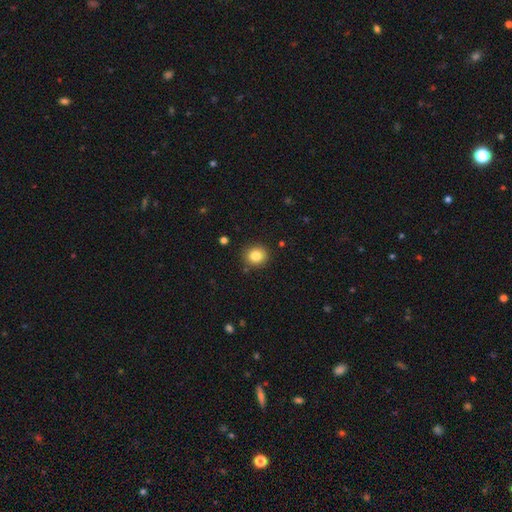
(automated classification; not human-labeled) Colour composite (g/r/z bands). It shows a smooth galaxy with no disk features (83%) that is round (86%). Merging: none (88%).